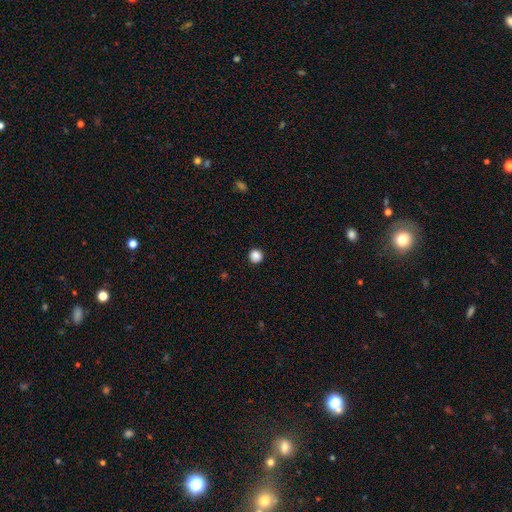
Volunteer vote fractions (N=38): This is clearly a smooth galaxy (95%). How rounded: clearly round (97%). Merging: clearly none (97%).